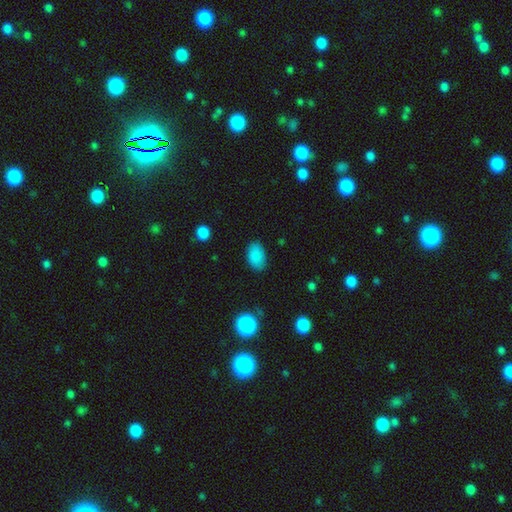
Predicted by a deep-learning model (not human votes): smooth 87%, star or artifact 9%, featured or disk 4%. Down the decision tree: how rounded — in between (90%); merging — none (83%).